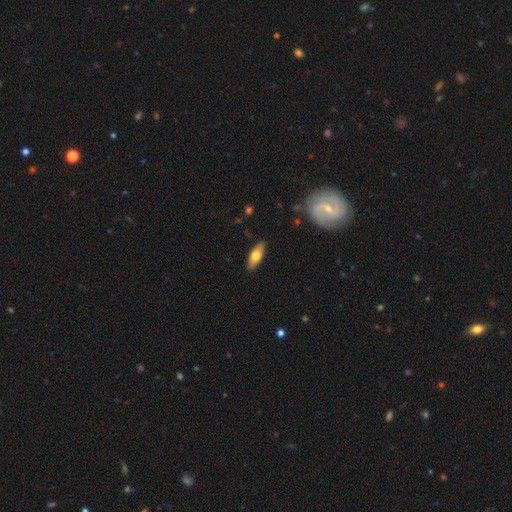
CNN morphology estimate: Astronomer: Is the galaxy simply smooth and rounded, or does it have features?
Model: smooth — 68%.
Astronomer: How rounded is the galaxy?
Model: in between — 70%.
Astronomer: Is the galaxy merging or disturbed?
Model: none — 87%.